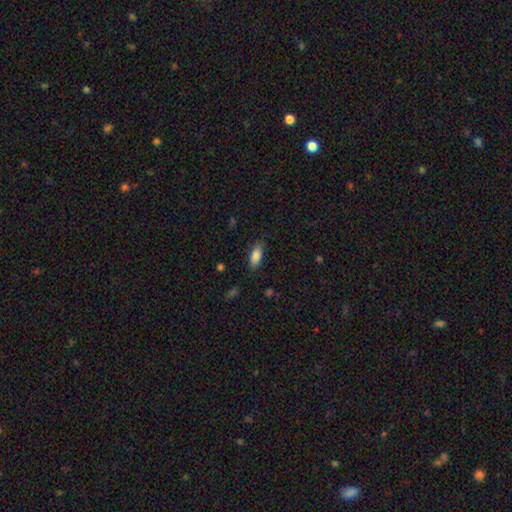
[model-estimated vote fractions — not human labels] smooth 87%, star or artifact 7%, featured or disk 6%. Down the decision tree: how rounded — in between (85%); merging — none (81%).